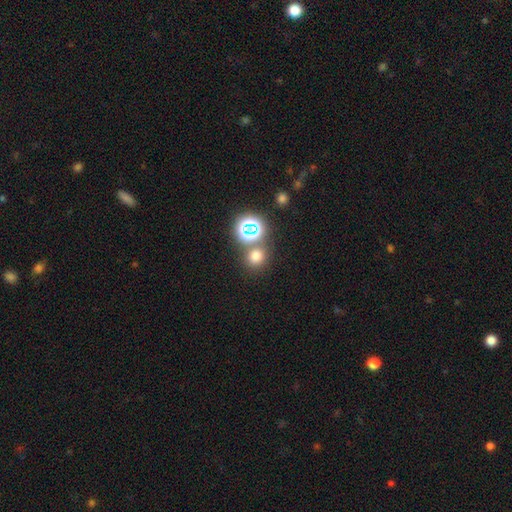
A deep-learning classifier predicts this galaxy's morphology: This is likely a smooth galaxy (68%). How rounded: clearly round (88%). Merging: likely none (72%).